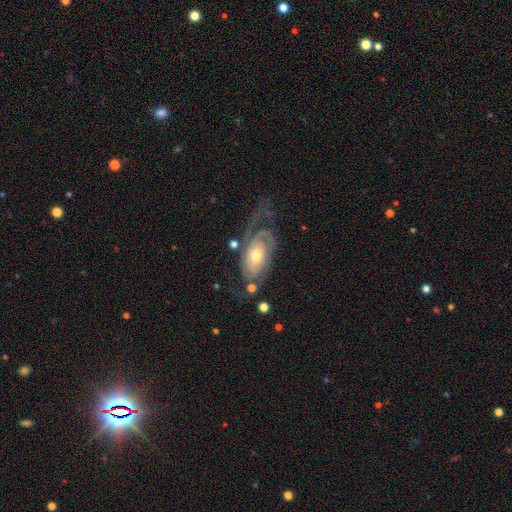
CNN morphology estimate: smooth_or_featured: featured or disk (p=0.81) [alt: smooth p=0.13]
disk_edge_on: no (p=0.94) [alt: yes p=0.06]
bar: no (p=0.74) [alt: weak p=0.20]
has_spiral_arms: yes (p=0.91) [alt: no p=0.09]
spiral_winding: tight (p=0.46) [alt: medium p=0.34]
spiral_arm_count: 2 (p=0.59) [alt: 1 p=0.17]
bulge_size: moderate (p=0.57) [alt: small p=0.34]
merging: none (p=0.51) [alt: major disturbance p=0.26]